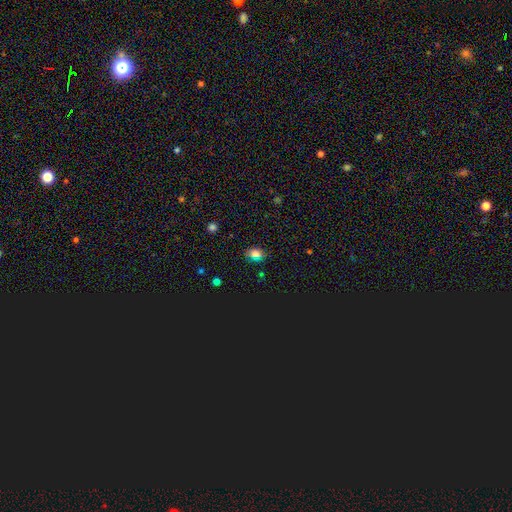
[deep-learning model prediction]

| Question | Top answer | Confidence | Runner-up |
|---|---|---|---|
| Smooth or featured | smooth | 63% | star or artifact (29%) |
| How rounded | in between | 61% | round (37%) |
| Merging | none | 82% | minor disturbance (12%) |